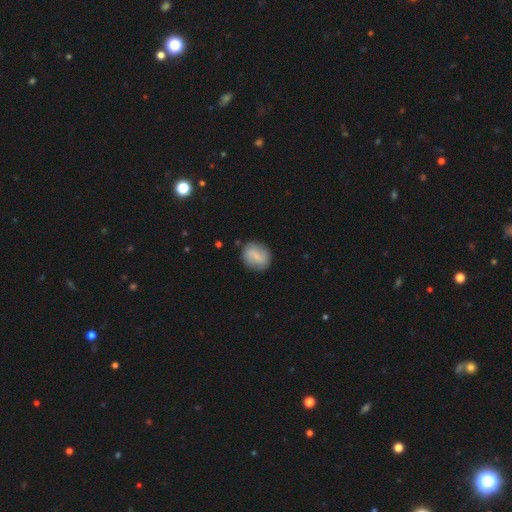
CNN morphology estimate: A smooth galaxy with no disk features (57%) that is round (69%). Merging: none (81%).